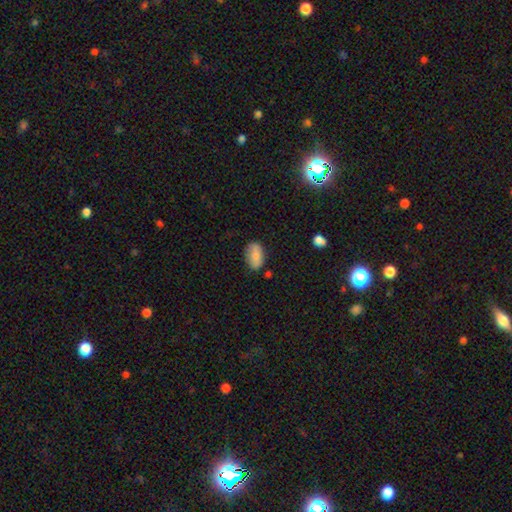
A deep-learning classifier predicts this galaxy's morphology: This appears to be a smooth galaxy with no disk features (79%) that is in between round and cigar-shaped (90%). Merging: none (76%).